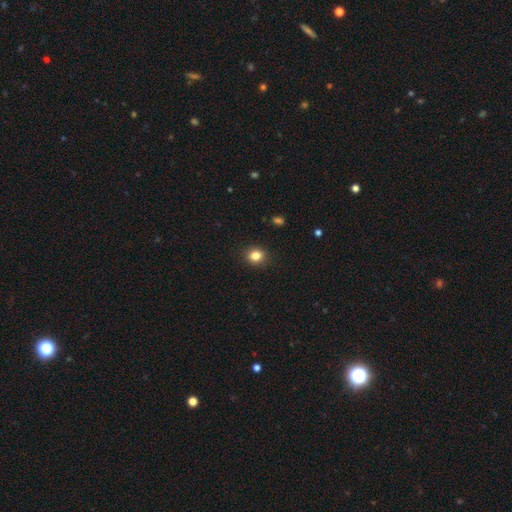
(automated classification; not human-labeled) Smooth or featured: smooth — 83% (star or artifact — 11%)
How rounded: round — 70% (in between — 29%)
Merging: none — 90% (minor disturbance — 7%)